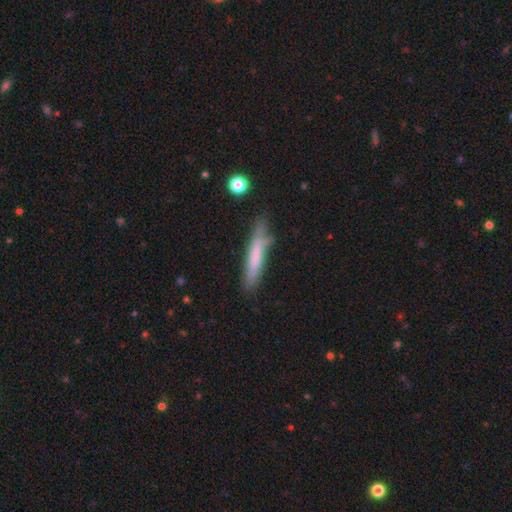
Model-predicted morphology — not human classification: A smooth galaxy with no disk features (64%) that is cigar-shaped (91%). Merging: none (66%).